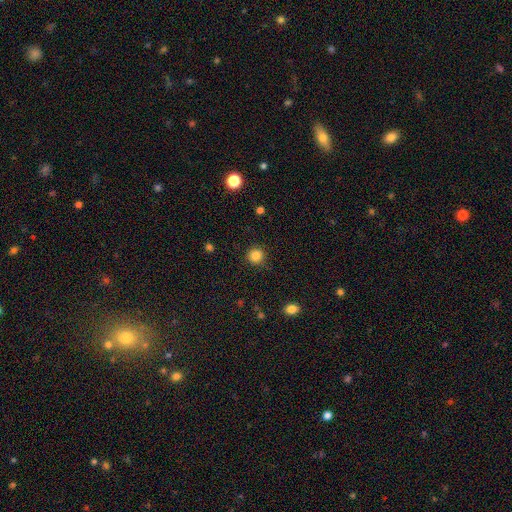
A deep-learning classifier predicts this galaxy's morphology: type=smooth (84%); roundness=round (94%); merging=none (90%).